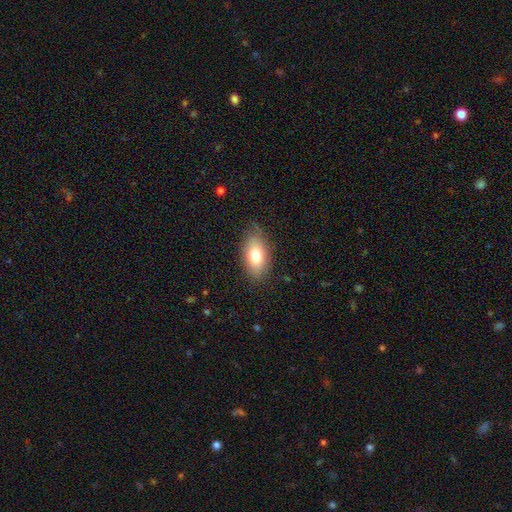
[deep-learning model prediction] This appears to be a smooth galaxy with no disk features (76%) that is in between round and cigar-shaped (89%). Merging: none (79%).